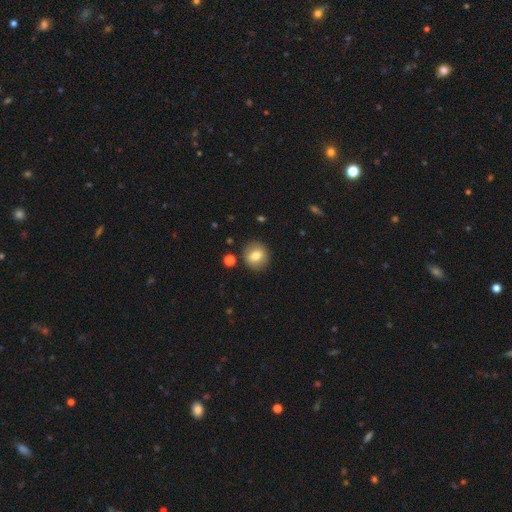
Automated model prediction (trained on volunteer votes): smooth 74%, featured or disk 17%, star or artifact 9%. Down the decision tree: how rounded — round (81%); merging — none (87%).